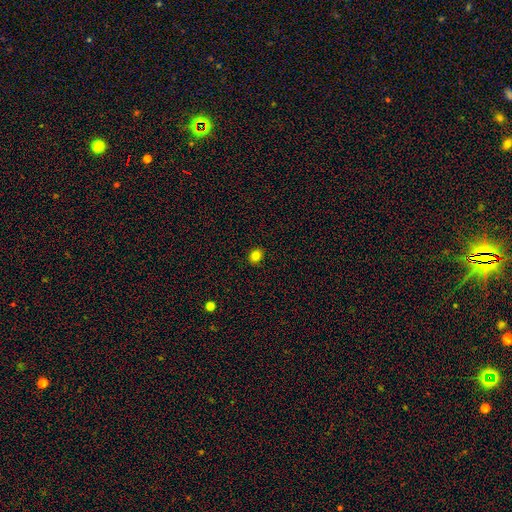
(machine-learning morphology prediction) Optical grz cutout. It shows a smooth galaxy with no disk features (82%) that is round (71%). Merging: none (91%).